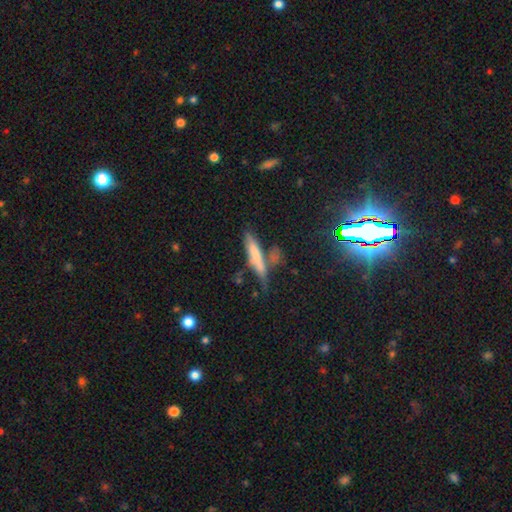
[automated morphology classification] Smooth or featured: smooth — 60% (featured or disk — 30%)
How rounded: cigar-shaped — 85% (in between — 13%)
Merging: none — 53% (merger — 22%)